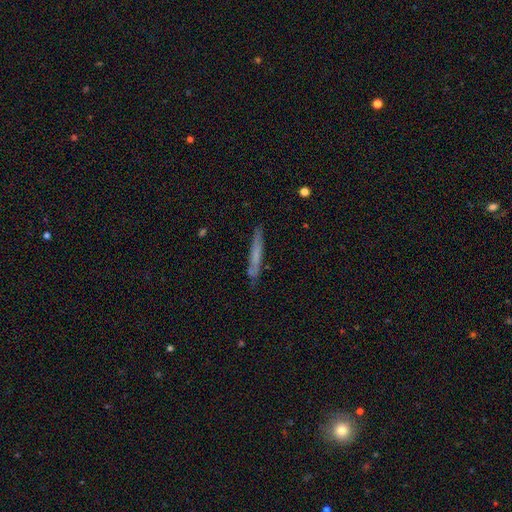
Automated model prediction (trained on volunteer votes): The model was most divided on "smooth or featured": smooth: 55%, featured or disk: 37%, star or artifact: 7%. More confident: how rounded — cigar-shaped (95%); merging — none (84%).